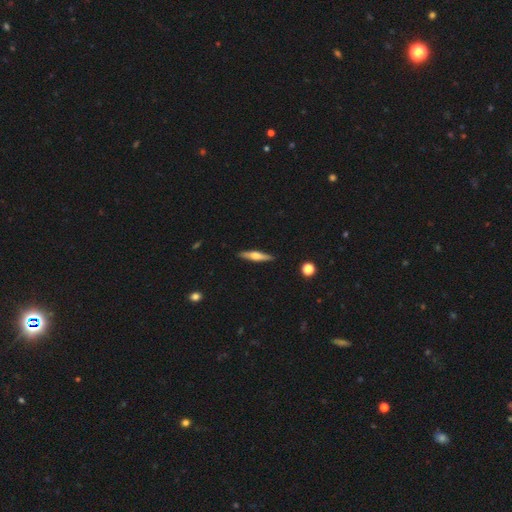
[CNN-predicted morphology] featured or disk 52%, smooth 42%, star or artifact 6%. Down the decision tree: edge-on disk — yes (95%); merging — none (89%).